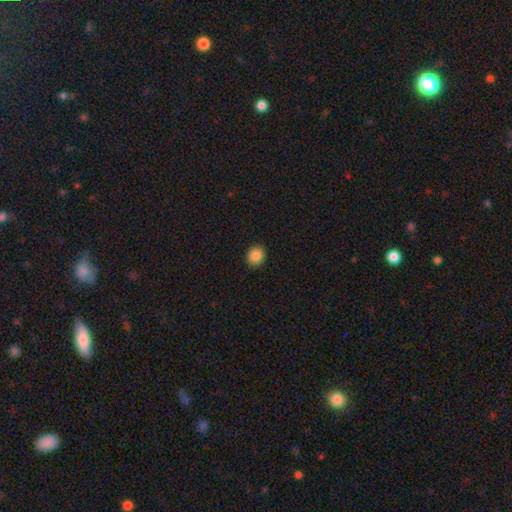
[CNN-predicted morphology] Smooth or featured? smooth (87%)
How rounded? round (60%)
Merging? none (90%)